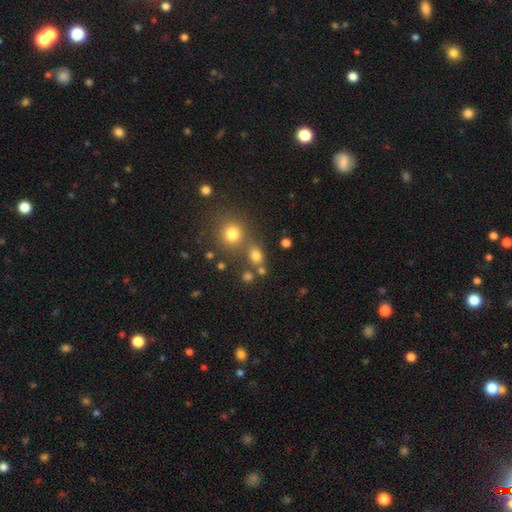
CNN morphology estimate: This is likely a smooth galaxy (75%). How rounded: possibly round (57%). Merging: likely none (62%).